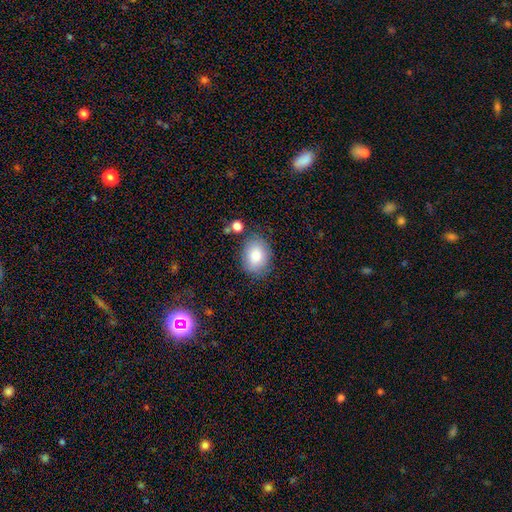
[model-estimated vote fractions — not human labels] A smooth galaxy with no disk features (83%) that is in between round and cigar-shaped (62%).

Vote fractions:
- Smooth or featured? smooth: 83% / featured or disk: 9% / star or artifact: 8%
- How rounded? in between: 62% / round: 37% / cigar-shaped: 1%
- Merging? none: 78% / minor disturbance: 14% / merger: 4% / major disturbance: 4%